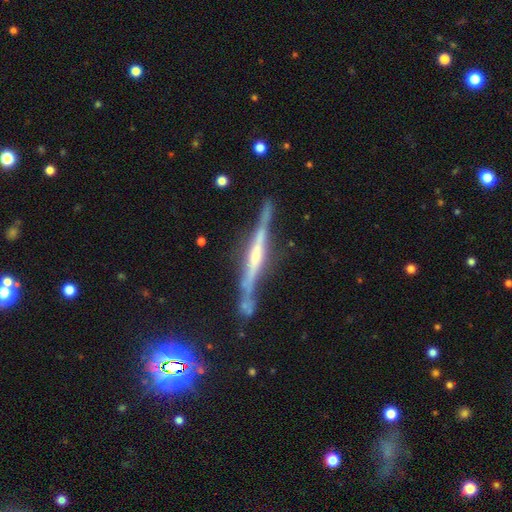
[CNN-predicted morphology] featured or disk 81%, smooth 12%, star or artifact 7%. Down the decision tree: edge-on disk — yes (97%); edge-on bulge — rounded (49%); merging — none (72%).